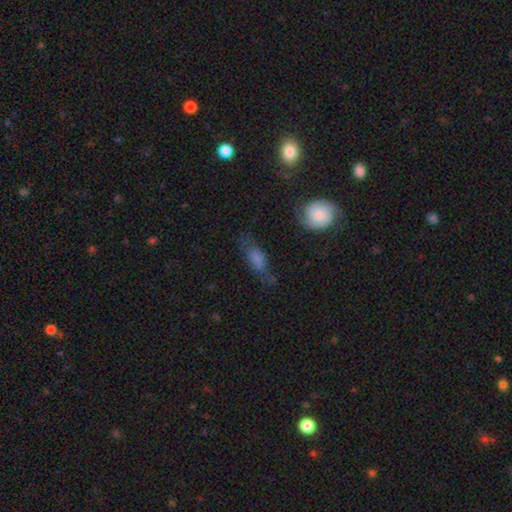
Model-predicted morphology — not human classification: The model was most divided on "smooth or featured": smooth: 54%, featured or disk: 32%, star or artifact: 14%. More confident: how rounded — in between (59%); merging — none (58%).